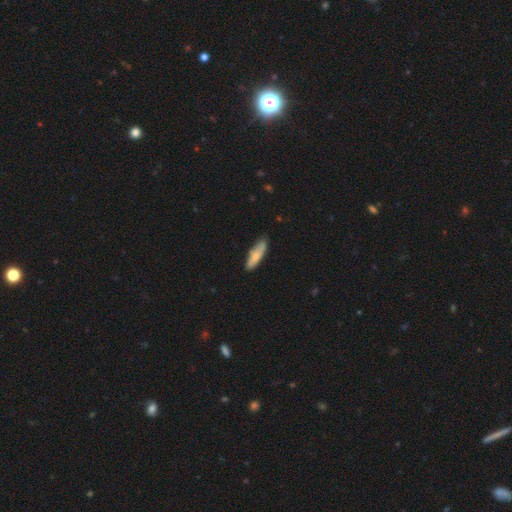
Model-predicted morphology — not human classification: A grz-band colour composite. It shows a smooth galaxy with no disk features (72%) that is cigar-shaped (65%). Merging: none (75%).